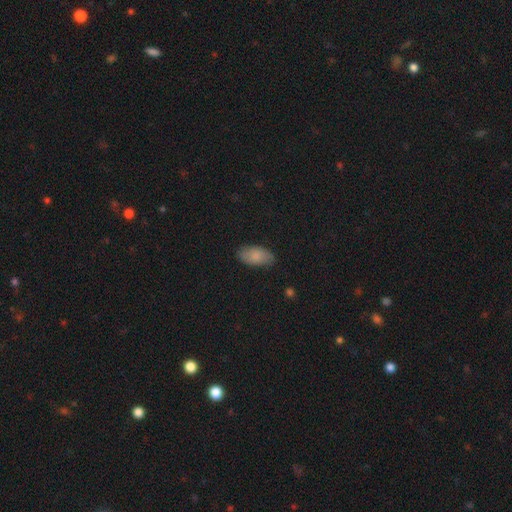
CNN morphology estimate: The model was most divided on "merging": none: 79%, minor disturbance: 16%, major disturbance: 3%, merger: 1%. More confident: how rounded — in between (93%); smooth or featured — smooth (82%).